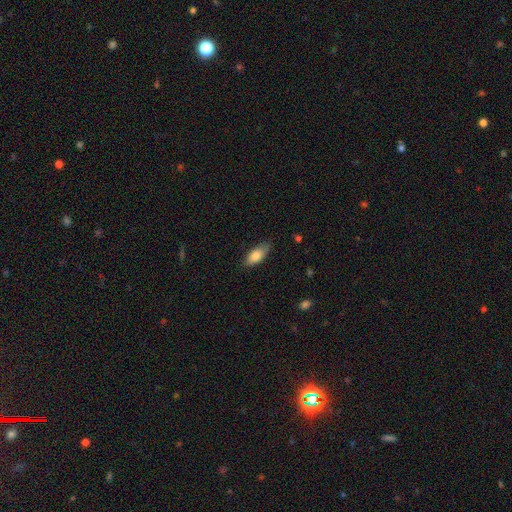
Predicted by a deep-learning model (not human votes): Smooth or featured: smooth — 77% (featured or disk — 16%)
How rounded: in between — 80% (cigar-shaped — 18%)
Merging: none — 79% (minor disturbance — 17%)